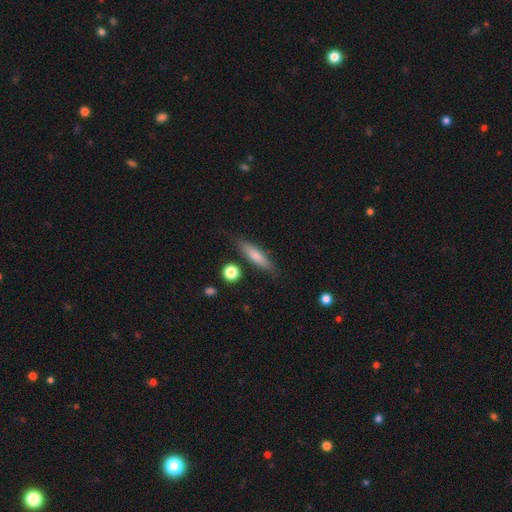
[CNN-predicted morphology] Q: Smooth or featured?
A: smooth (72%); runner-up: featured or disk (21%)
Q: How rounded?
A: cigar-shaped (76%); runner-up: in between (22%)
Q: Merging?
A: none (81%); runner-up: minor disturbance (12%)